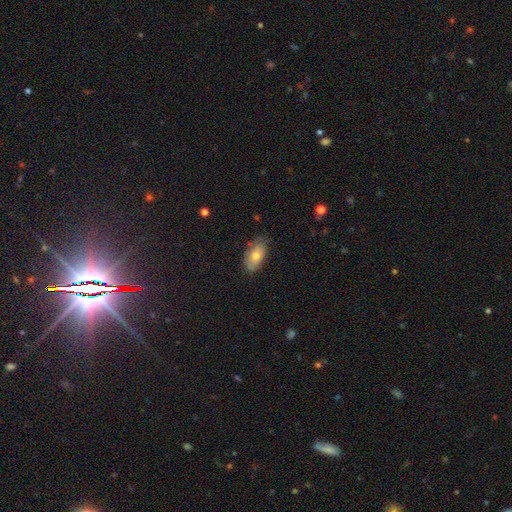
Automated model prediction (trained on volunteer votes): A smooth galaxy with no disk features (71%) that is in between round and cigar-shaped (92%). Merging: none (70%).